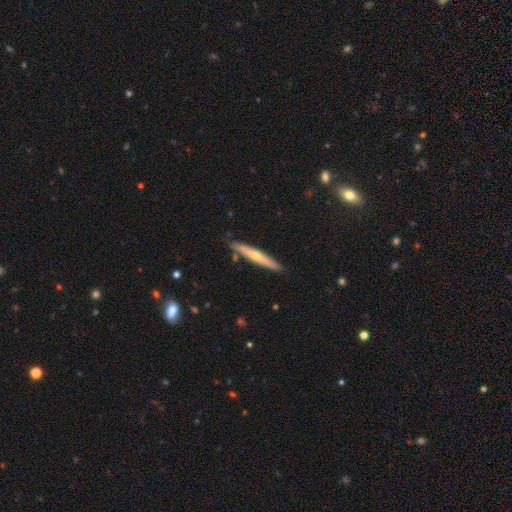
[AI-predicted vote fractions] This is possibly a featured or disk galaxy (51%). It is clearly viewed edge-on (94%). Merging: clearly none (87%).